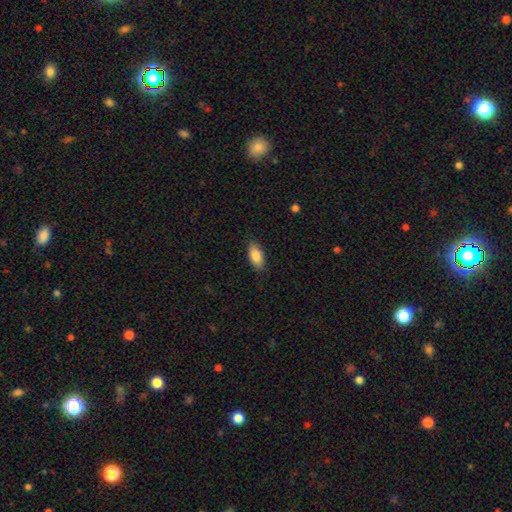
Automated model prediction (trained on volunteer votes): smooth 87%, featured or disk 6%, star or artifact 6%. Down the decision tree: how rounded — in between (89%); merging — none (85%).